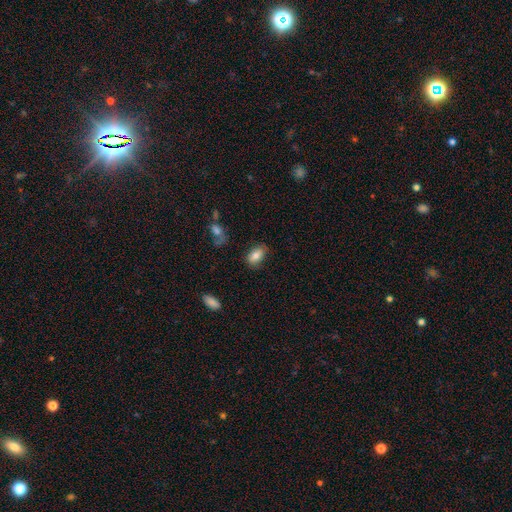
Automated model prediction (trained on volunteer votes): smooth_or_featured: smooth (p=0.79) [alt: featured or disk p=0.13]
how_rounded: in between (p=0.90) [alt: round p=0.08]
merging: none (p=0.76) [alt: minor disturbance p=0.18]